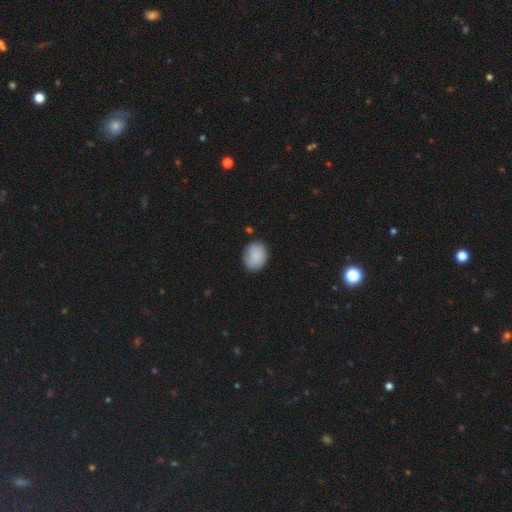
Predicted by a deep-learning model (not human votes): A smooth galaxy with no disk features (84%) that is in between round and cigar-shaped (58%). Merging: none (74%).